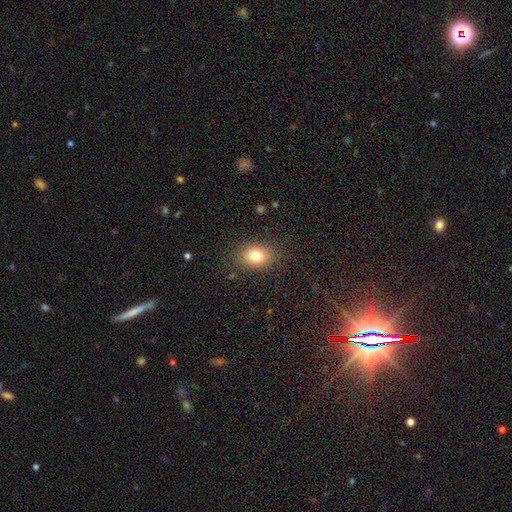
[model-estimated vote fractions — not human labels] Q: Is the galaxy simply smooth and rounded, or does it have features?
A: smooth — 78%.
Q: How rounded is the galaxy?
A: in between — 63%.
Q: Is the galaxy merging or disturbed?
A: none — 84%.